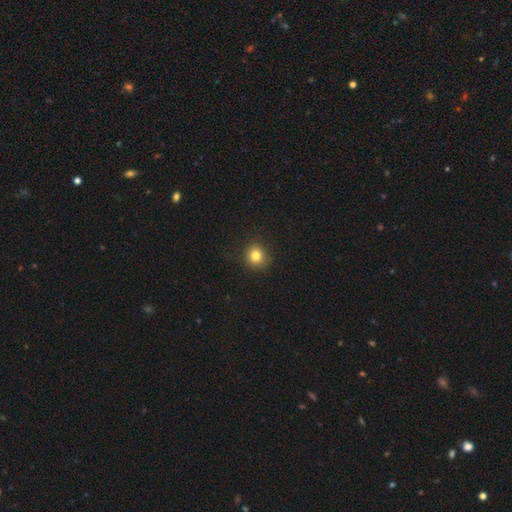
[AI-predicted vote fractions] smooth-or-featured: smooth: 82% | star or artifact: 12% | featured or disk: 6%
  how-rounded: round: 88% | in between: 11% | cigar-shaped: 1%
  merging: none: 88% | minor disturbance: 9% | major disturbance: 3% | merger: 1%